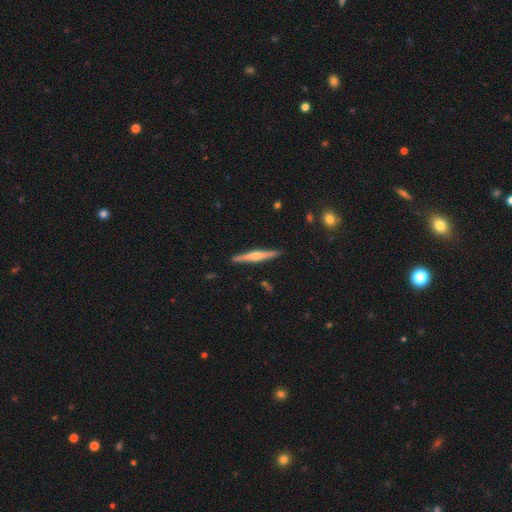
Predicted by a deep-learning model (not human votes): This appears to be a featured or disk galaxy (72%) viewed edge-on (98%) with a rounded central bulge (86%). Merging: none (91%).